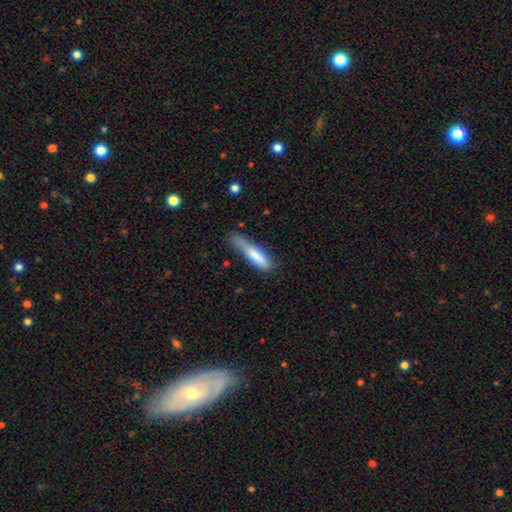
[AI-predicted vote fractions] This is likely a smooth galaxy (75%). How rounded: likely cigar-shaped (79%). Merging: marginally none (44%).